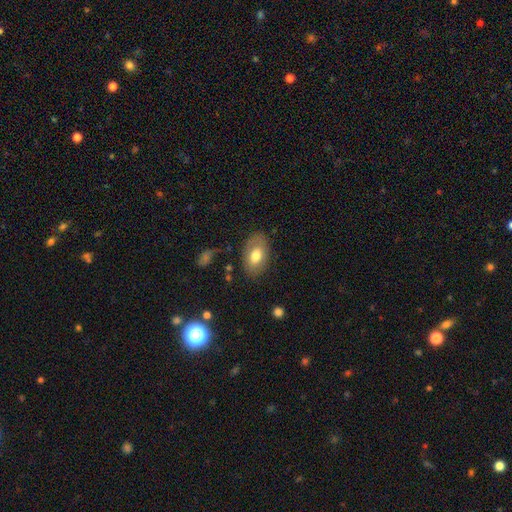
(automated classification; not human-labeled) Overall: smooth (70%). How rounded: in between (88%). Merging: none (76%).